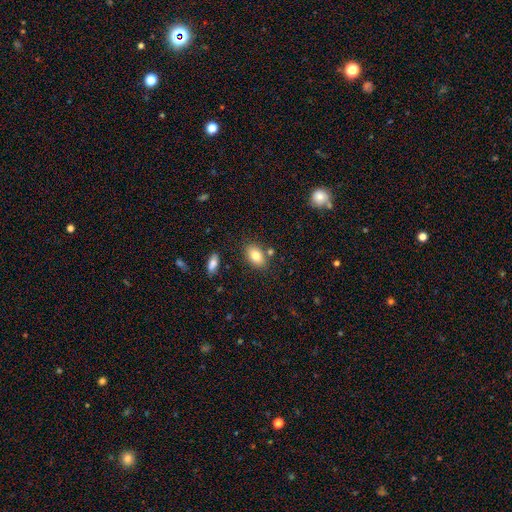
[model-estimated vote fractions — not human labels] Smooth or featured? Predicted: smooth (p=0.81). How rounded? Predicted: in between (p=0.88). Merging? Predicted: none (p=0.77).